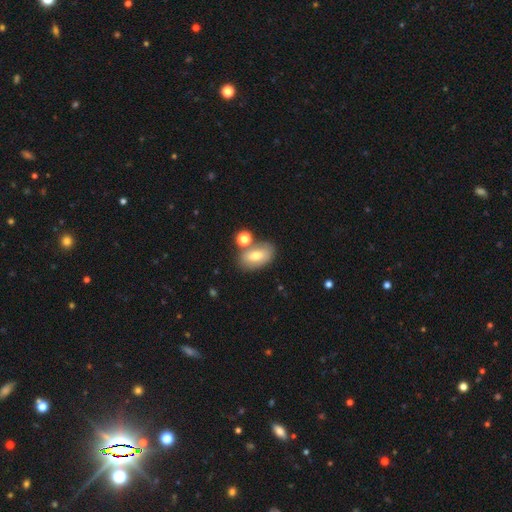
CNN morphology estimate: type=smooth (70%); roundness=in between (88%); merging=none (63%).